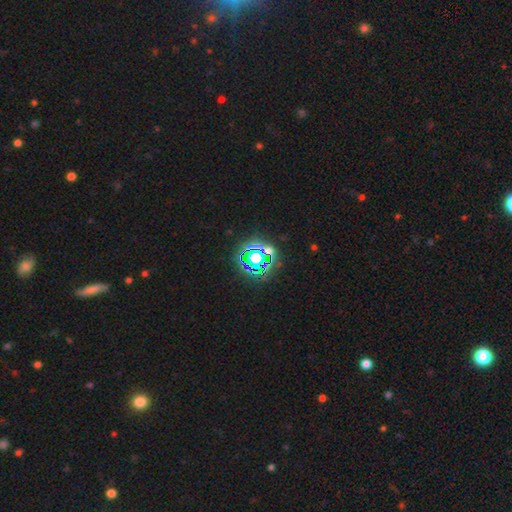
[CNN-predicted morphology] A star or artifact, not a galaxy (71%).

Vote fractions:
- Smooth or featured? star or artifact: 71% / smooth: 17% / featured or disk: 12%